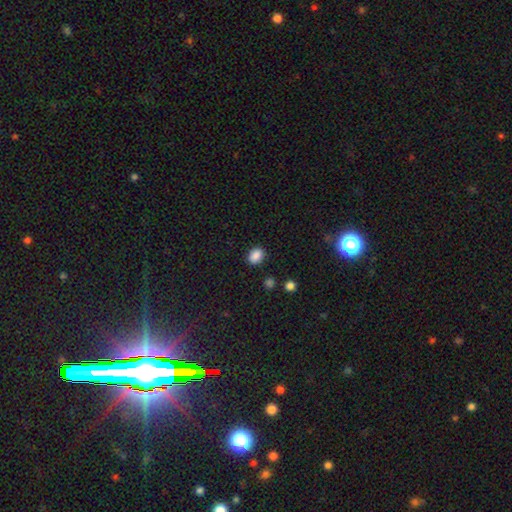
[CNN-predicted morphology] This appears to be a smooth galaxy with no disk features (87%) that is in between round and cigar-shaped (66%). Merging: none (86%).